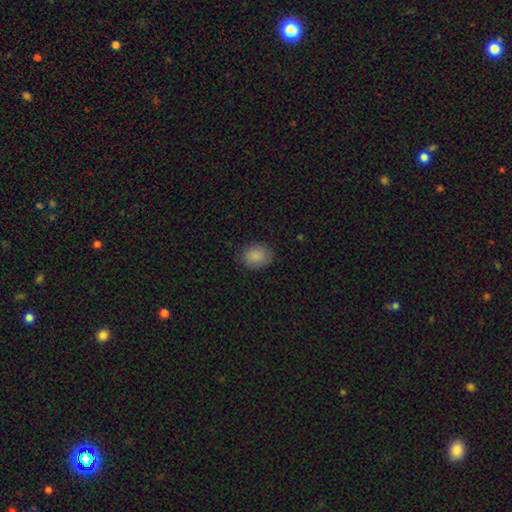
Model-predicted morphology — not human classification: Q: Smooth or featured?
A: smooth (88%); runner-up: star or artifact (8%)
Q: How rounded?
A: round (53%); runner-up: in between (46%)
Q: Merging?
A: none (85%); runner-up: minor disturbance (11%)